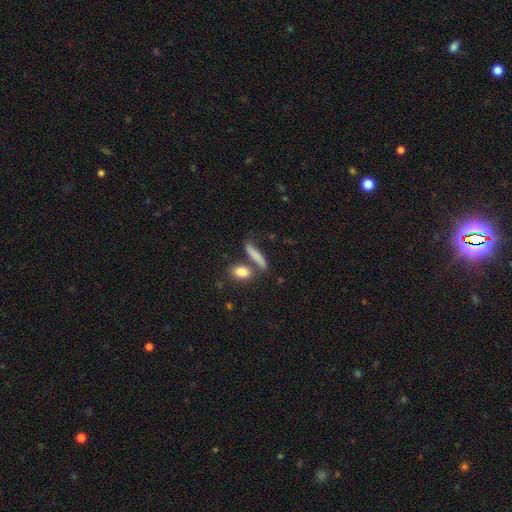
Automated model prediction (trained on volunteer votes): Q: Smooth or featured?
A: smooth (77%); runner-up: featured or disk (15%)
Q: How rounded?
A: cigar-shaped (67%); runner-up: in between (28%)
Q: Merging?
A: none (60%); runner-up: merger (19%)